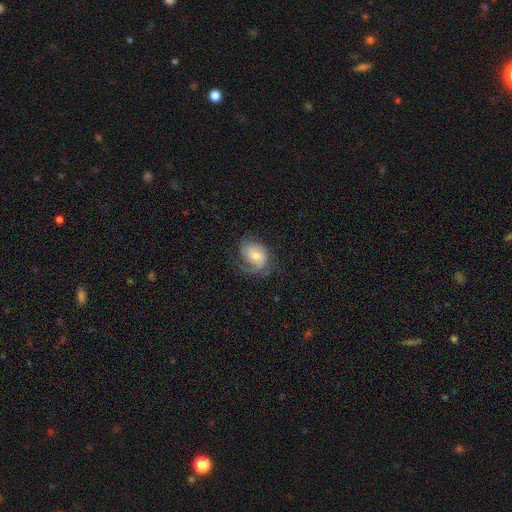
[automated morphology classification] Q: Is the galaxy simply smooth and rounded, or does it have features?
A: featured or disk — 64%.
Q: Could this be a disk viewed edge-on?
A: no — 97%.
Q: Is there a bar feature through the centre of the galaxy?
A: no — 60%.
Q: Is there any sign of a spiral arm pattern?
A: yes — 91%.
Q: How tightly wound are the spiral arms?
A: medium — 41%.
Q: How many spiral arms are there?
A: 2 — 36%.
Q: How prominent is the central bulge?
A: moderate — 48%.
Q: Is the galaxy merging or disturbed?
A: none — 54%.